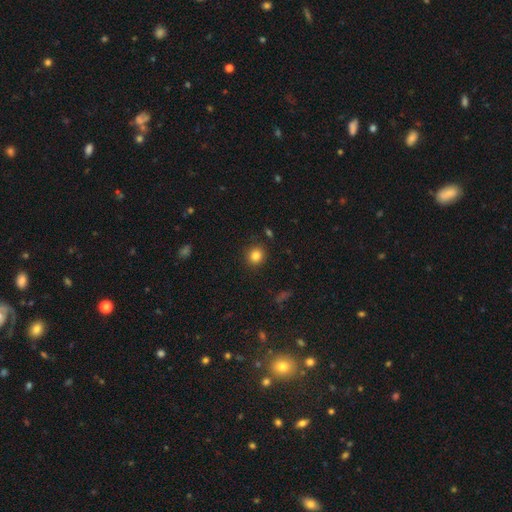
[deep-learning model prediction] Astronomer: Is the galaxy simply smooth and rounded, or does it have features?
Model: smooth — 83%.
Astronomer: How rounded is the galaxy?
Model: round — 88%.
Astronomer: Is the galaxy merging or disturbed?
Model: none — 90%.